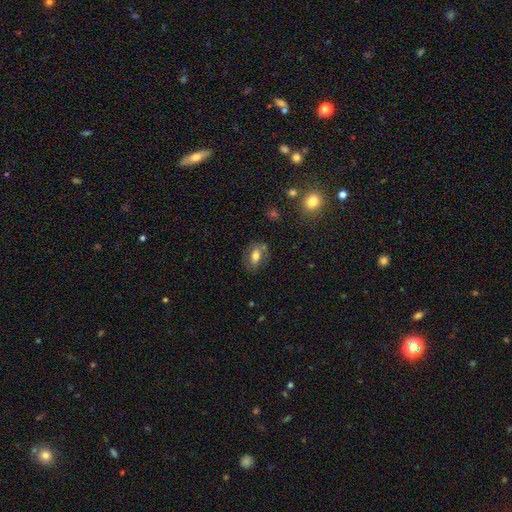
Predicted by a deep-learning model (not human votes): Smooth or featured: smooth — 60% (featured or disk — 31%)
How rounded: in between — 84% (round — 12%)
Merging: none — 68% (minor disturbance — 18%)